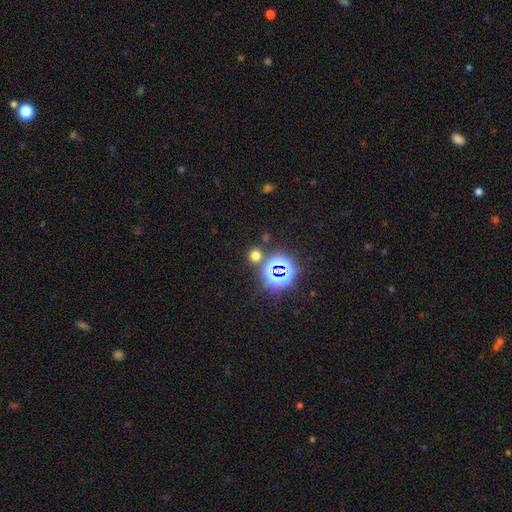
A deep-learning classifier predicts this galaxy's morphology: Q: Smooth or featured?
A: smooth (57%); runner-up: star or artifact (37%)
Q: How rounded?
A: round (85%); runner-up: in between (14%)
Q: Merging?
A: none (79%); runner-up: merger (10%)